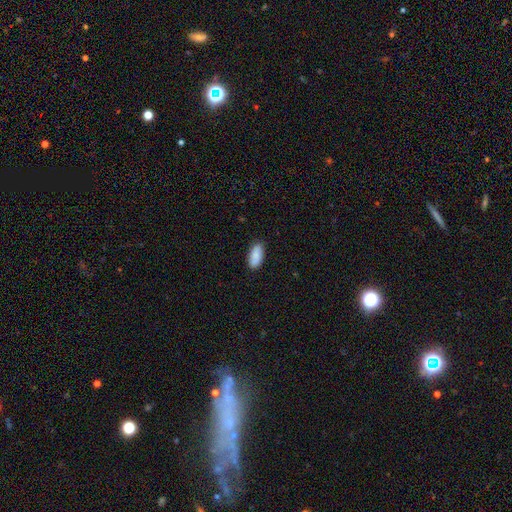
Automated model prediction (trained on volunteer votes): Smooth or featured? Predicted: smooth (p=0.84). How rounded? Predicted: in between (p=0.90). Merging? Predicted: none (p=0.85).